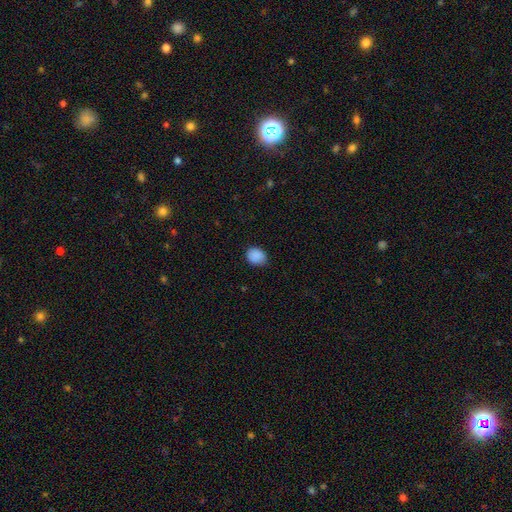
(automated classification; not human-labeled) The model was most divided on "how rounded": round: 54%, in between: 45%, cigar-shaped: 1%. More confident: smooth or featured — smooth (89%); merging — none (82%).